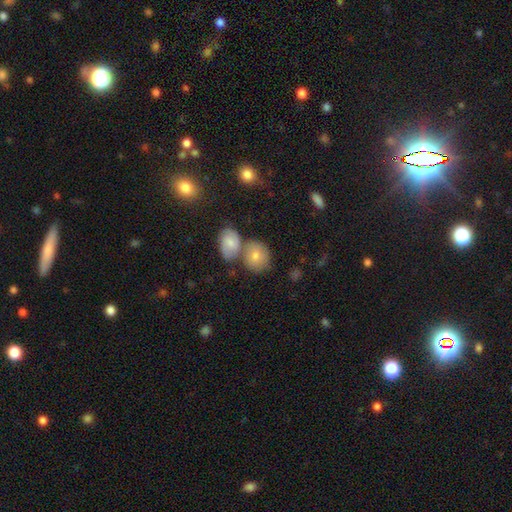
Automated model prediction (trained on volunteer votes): The model was most divided on "merging": none: 44%, merger: 41%, minor disturbance: 11%, major disturbance: 4%. More confident: smooth or featured — smooth (79%); how rounded — round (65%).